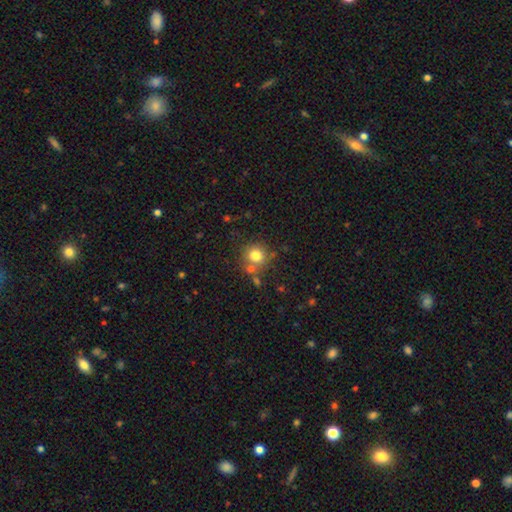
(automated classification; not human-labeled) This is likely a smooth galaxy (78%). How rounded: clearly round (91%). Merging: likely none (68%).